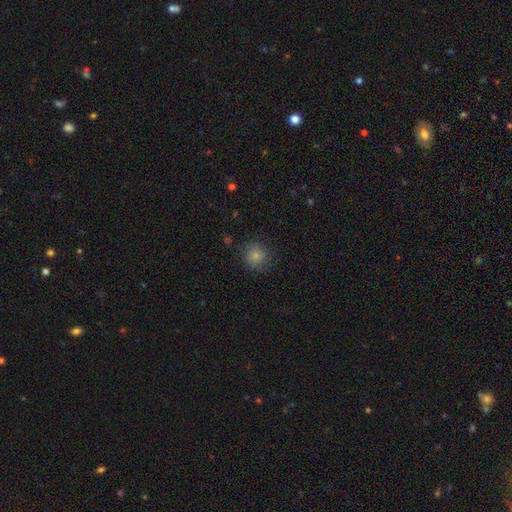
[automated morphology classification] Overall: smooth (81%). How rounded: round (88%). Merging: none (80%).